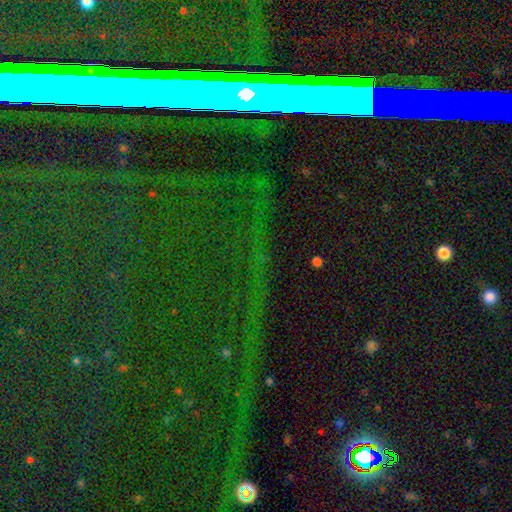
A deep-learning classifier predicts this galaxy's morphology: This is likely a star or artifact rather than a galaxy (73%).